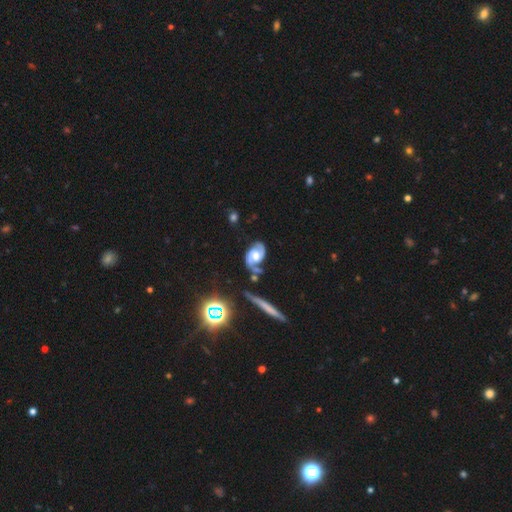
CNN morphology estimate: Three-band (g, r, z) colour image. It shows a featured or disk galaxy (85%) with no bar (56%), 2 (91%) medium (52%) spiral arms (96%) and a moderate central bulge (66%). Merging: none (65%).